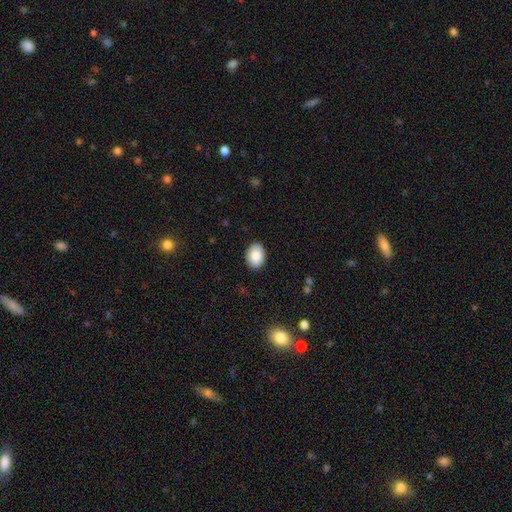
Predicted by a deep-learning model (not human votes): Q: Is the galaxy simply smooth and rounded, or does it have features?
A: smooth — 87%.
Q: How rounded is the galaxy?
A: in between — 75%.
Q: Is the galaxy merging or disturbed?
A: none — 88%.